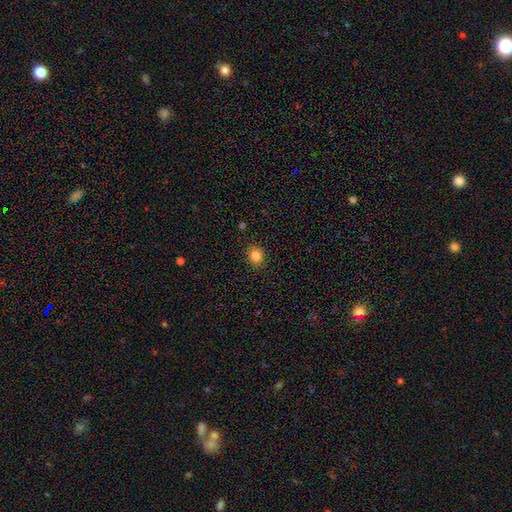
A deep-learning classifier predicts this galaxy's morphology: Q: Smooth or featured?
A: smooth (85%); runner-up: star or artifact (11%)
Q: How rounded?
A: round (68%); runner-up: in between (31%)
Q: Merging?
A: none (87%); runner-up: minor disturbance (9%)